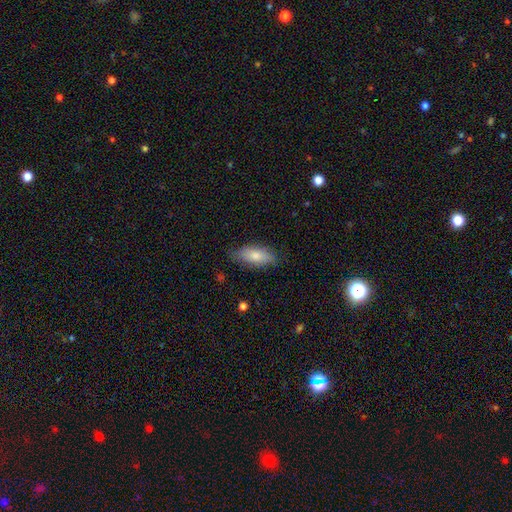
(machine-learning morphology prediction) smooth_or_featured: smooth (p=0.78) [alt: featured or disk p=0.16]
how_rounded: in between (p=0.83) [alt: cigar-shaped p=0.15]
merging: none (p=0.76) [alt: minor disturbance p=0.19]